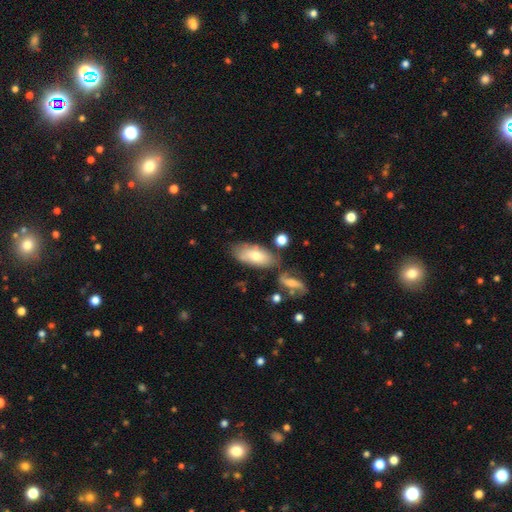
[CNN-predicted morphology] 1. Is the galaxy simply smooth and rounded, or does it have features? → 62% smooth, 30% featured or disk, 8% star or artifact.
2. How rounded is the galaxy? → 86% in between, 12% cigar-shaped, 3% round.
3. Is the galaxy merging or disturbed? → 62% none, 21% minor disturbance, 11% merger, 6% major disturbance.